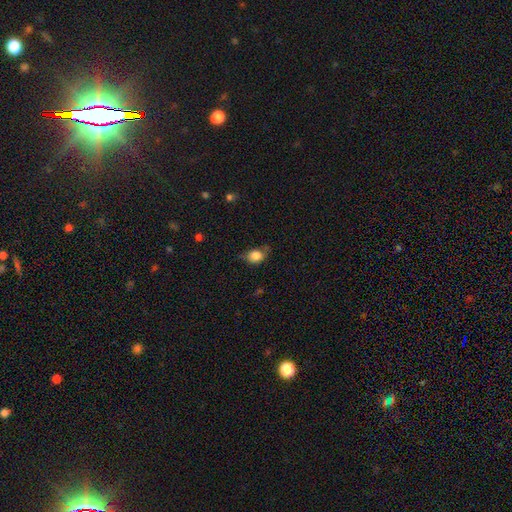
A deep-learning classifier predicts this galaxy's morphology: type=smooth (81%); roundness=in between (63%); merging=none (55%).